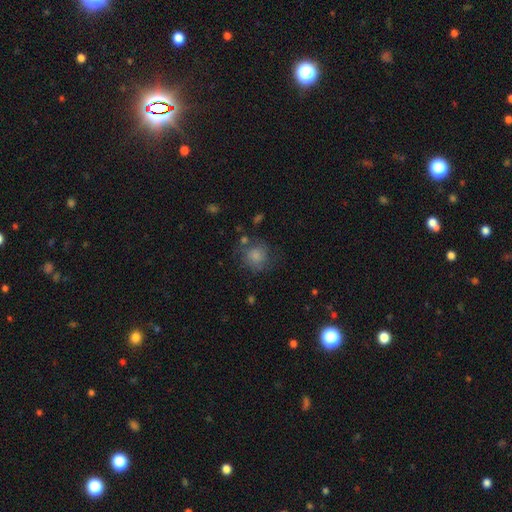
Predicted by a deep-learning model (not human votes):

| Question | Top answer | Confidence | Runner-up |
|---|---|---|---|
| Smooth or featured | smooth | 74% | featured or disk (16%) |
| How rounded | round | 85% | in between (15%) |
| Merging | none | 58% | minor disturbance (22%) |